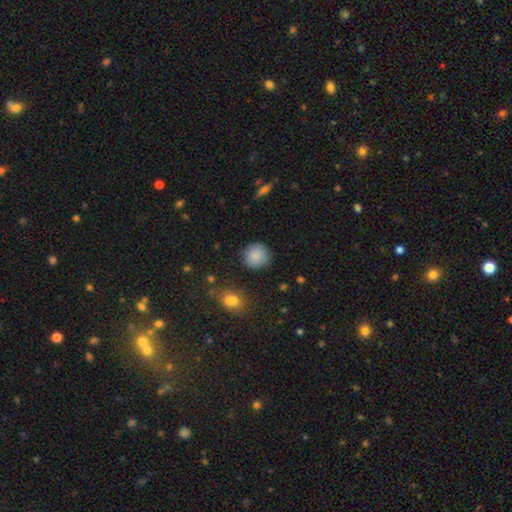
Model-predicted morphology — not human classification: The model was most divided on "merging": none: 87%, minor disturbance: 9%, major disturbance: 3%, merger: 2%. More confident: how rounded — round (92%); smooth or featured — smooth (86%).